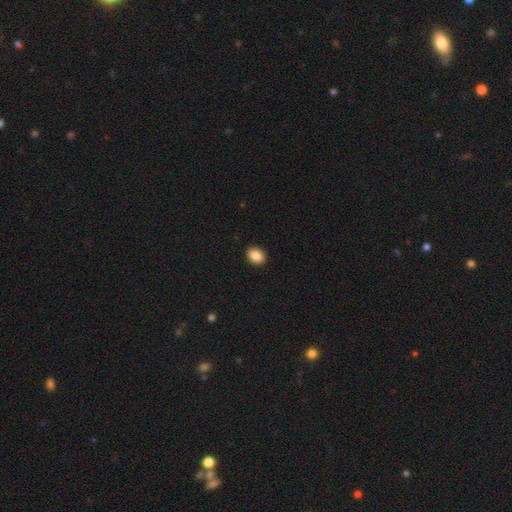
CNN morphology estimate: smooth 86%, star or artifact 8%, featured or disk 6%. Down the decision tree: how rounded — in between (58%); merging — none (91%).